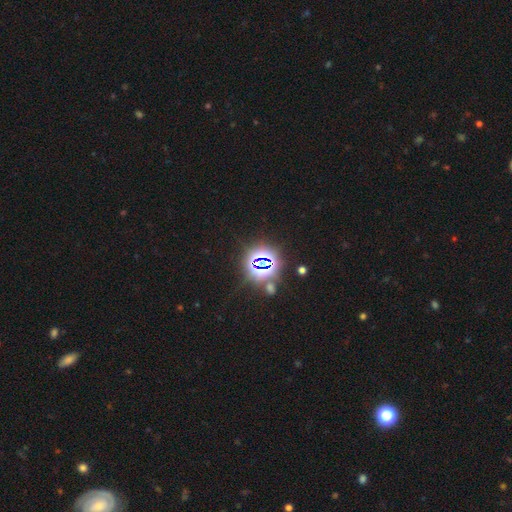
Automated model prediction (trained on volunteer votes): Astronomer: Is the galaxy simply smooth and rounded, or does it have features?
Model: star or artifact — 79%.